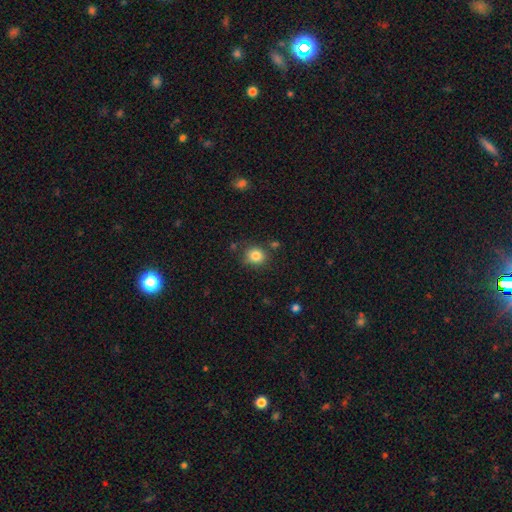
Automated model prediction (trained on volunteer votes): Smooth or featured? Predicted: smooth (p=0.84). How rounded? Predicted: round (p=0.83). Merging? Predicted: none (p=0.79).